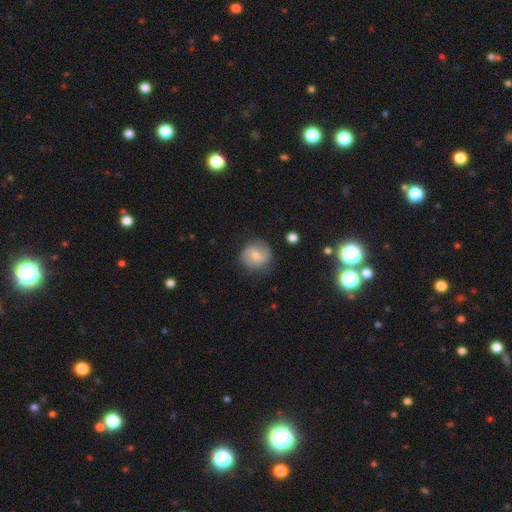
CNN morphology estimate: smooth_or_featured: smooth (p=0.49) [alt: featured or disk p=0.43]
merging: none (p=0.79) [alt: minor disturbance p=0.15]